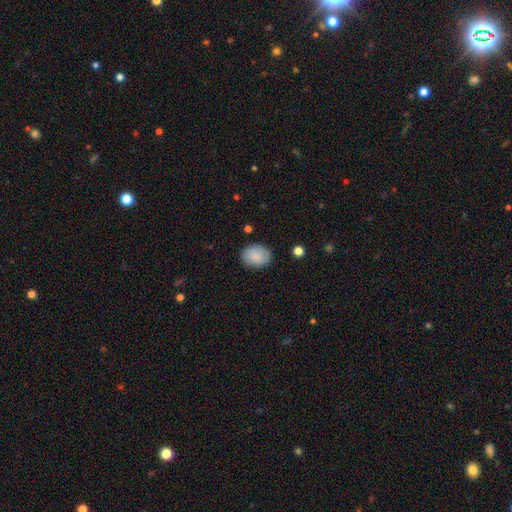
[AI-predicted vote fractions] Smooth or featured?
  - smooth: 85% *
  - featured or disk: 8%
  - star or artifact: 7%
How rounded?
  - in between: 68% *
  - round: 31%
  - cigar-shaped: 1%
Merging?
  - none: 84% *
  - minor disturbance: 12%
  - major disturbance: 3%
  - merger: 1%